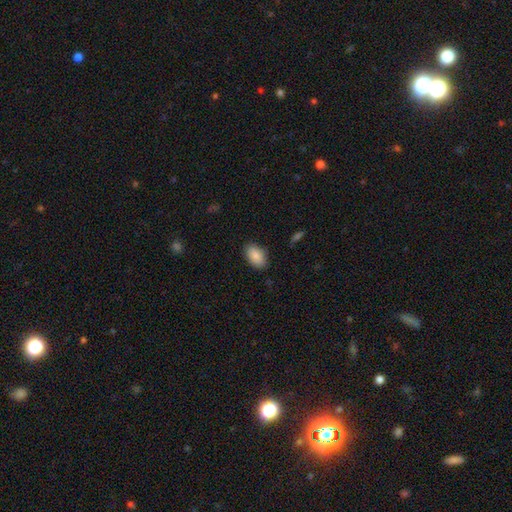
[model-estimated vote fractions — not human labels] A smooth galaxy with no disk features (88%) that is in between round and cigar-shaped (92%).

Vote fractions:
- Smooth or featured? smooth: 88% / star or artifact: 7% / featured or disk: 6%
- How rounded? in between: 92% / round: 7% / cigar-shaped: 1%
- Merging? none: 87% / minor disturbance: 10% / major disturbance: 2% / merger: 1%